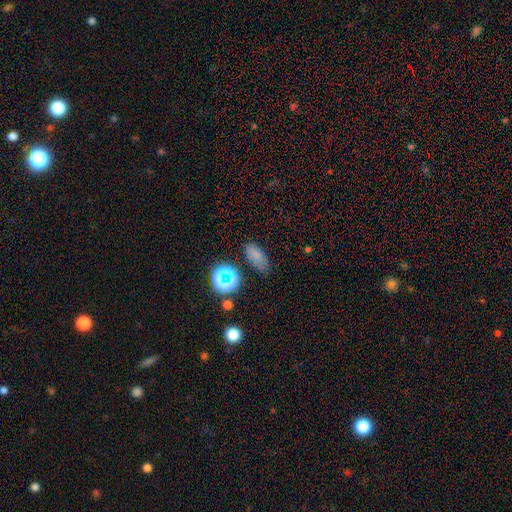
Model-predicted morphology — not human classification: type=smooth (68%); roundness=in between (81%); merging=none (70%).